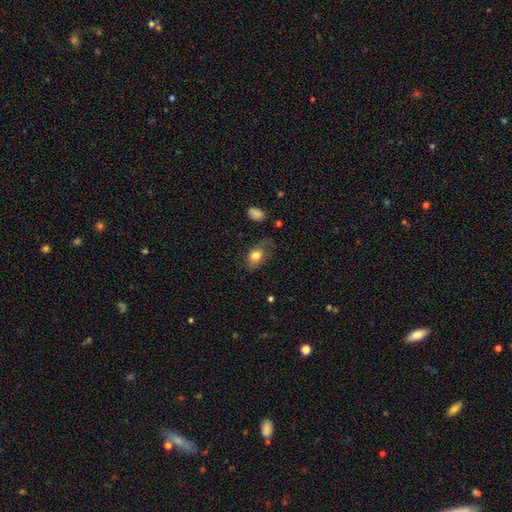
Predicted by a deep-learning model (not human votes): Smooth or featured? smooth (73%)
How rounded? in between (73%)
Merging? none (50%)